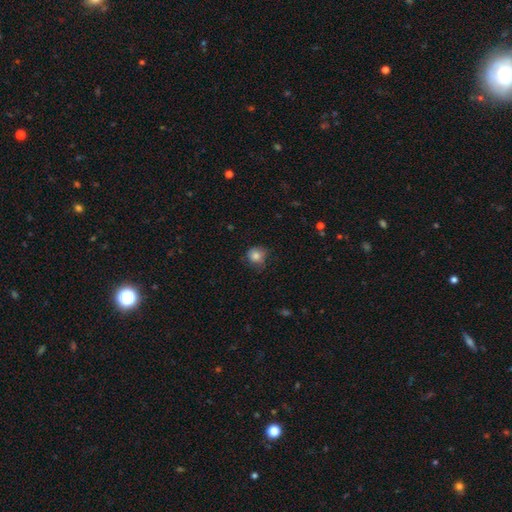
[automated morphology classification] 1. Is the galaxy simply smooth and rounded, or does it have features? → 82% smooth, 10% star or artifact, 8% featured or disk.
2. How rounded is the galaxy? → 81% round, 18% in between, 1% cigar-shaped.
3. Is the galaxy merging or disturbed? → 61% none, 27% minor disturbance, 10% major disturbance, 1% merger.